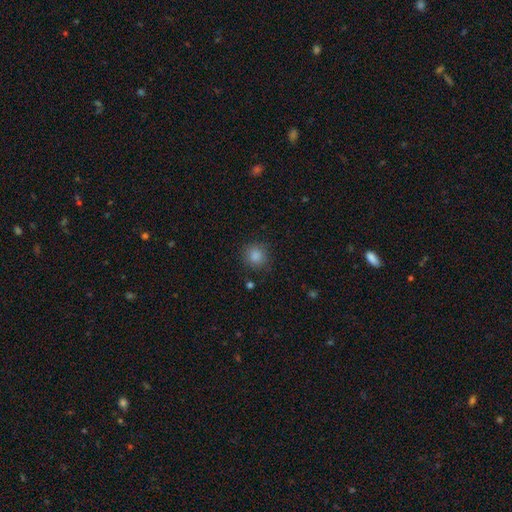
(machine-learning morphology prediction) type=smooth (86%); roundness=round (91%); merging=none (85%).